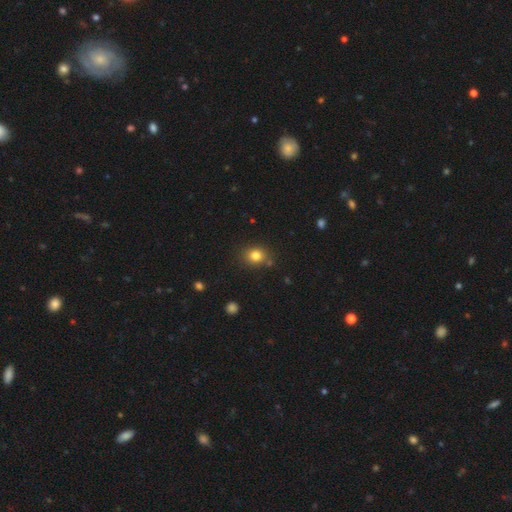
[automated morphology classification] smooth 81%, star or artifact 12%, featured or disk 7%. Down the decision tree: how rounded — round (70%); merging — none (78%).